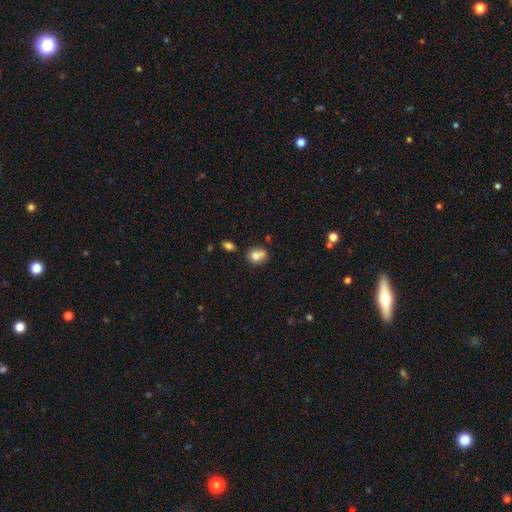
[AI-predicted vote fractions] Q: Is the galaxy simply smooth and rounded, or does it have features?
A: smooth — 76%.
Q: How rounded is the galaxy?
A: round — 59%.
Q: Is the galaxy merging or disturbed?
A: none — 45%.